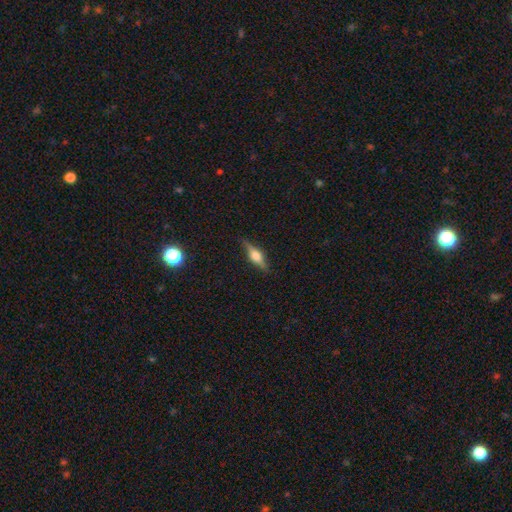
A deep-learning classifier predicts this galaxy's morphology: Smooth or featured? featured or disk (68%)
Edge-on disk? yes (96%)
Edge-on bulge? rounded (89%)
Merging? none (86%)